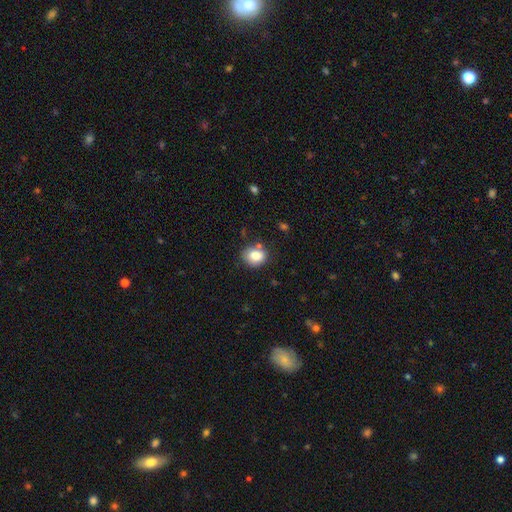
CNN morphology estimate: Q: Smooth or featured?
A: smooth (82%); runner-up: star or artifact (9%)
Q: How rounded?
A: round (54%); runner-up: in between (45%)
Q: Merging?
A: none (74%); runner-up: minor disturbance (15%)